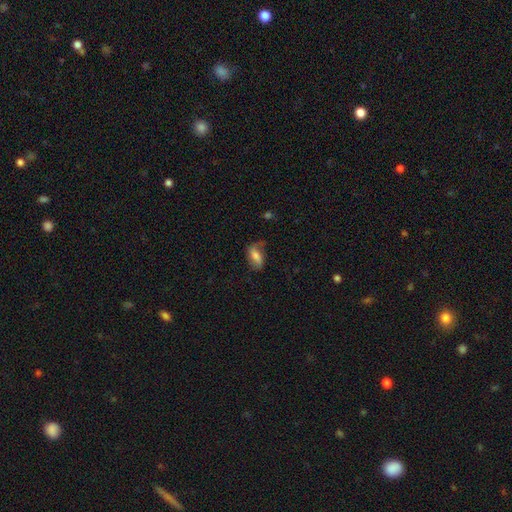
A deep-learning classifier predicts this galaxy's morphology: smooth-or-featured: smooth: 59% | featured or disk: 33% | star or artifact: 9%
  how-rounded: in between: 85% | cigar-shaped: 9% | round: 6%
  merging: none: 55% | minor disturbance: 27% | major disturbance: 15% | merger: 3%